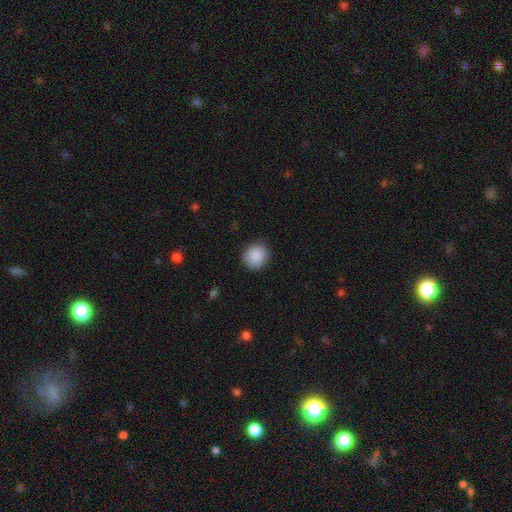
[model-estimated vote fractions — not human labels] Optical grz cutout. It shows a smooth galaxy with no disk features (89%) that is round (86%). Merging: none (86%).